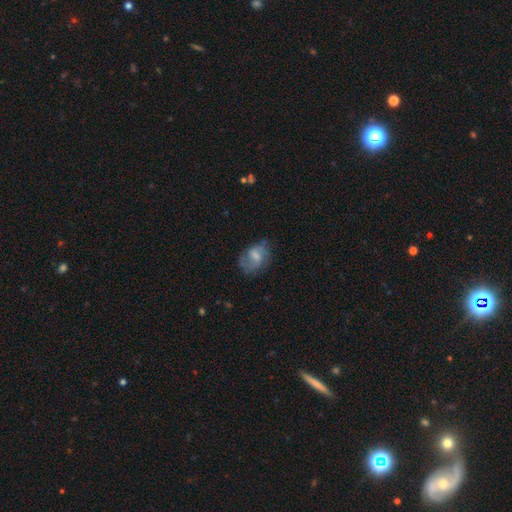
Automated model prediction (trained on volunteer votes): The model was most divided on "smooth or featured": smooth: 48%, featured or disk: 44%, star or artifact: 8%. More confident: merging — none (50%).